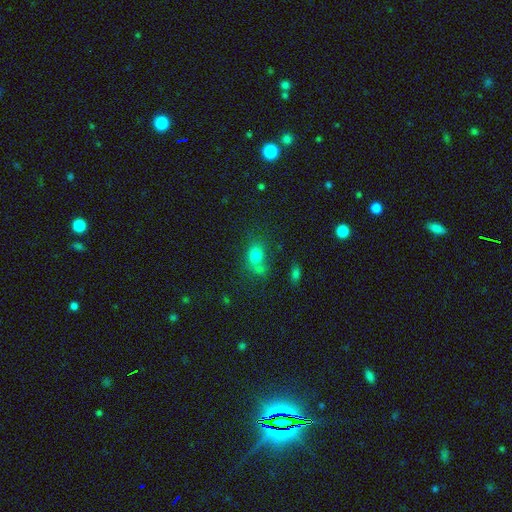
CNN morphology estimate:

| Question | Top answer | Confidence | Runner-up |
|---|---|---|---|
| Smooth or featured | smooth | 77% | star or artifact (14%) |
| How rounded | in between | 49% | tied: round (49%) |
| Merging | none | 48% | merger (30%) |